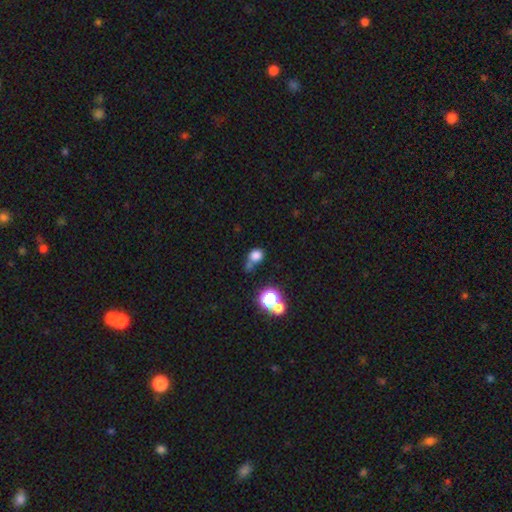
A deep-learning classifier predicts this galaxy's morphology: A smooth galaxy with no disk features (75%) that is round (72%).

Vote fractions:
- Smooth or featured? smooth: 75% / star or artifact: 16% / featured or disk: 9%
- How rounded? round: 72% / in between: 27% / cigar-shaped: 1%
- Merging? none: 42% / merger: 24% / minor disturbance: 21% / major disturbance: 12%